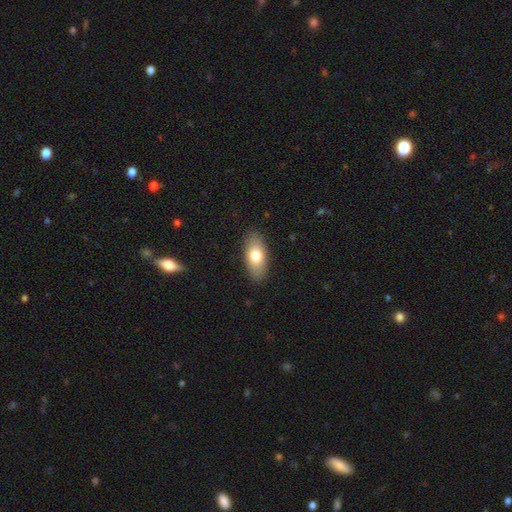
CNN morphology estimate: Smooth or featured: smooth — 75% (featured or disk — 18%)
How rounded: in between — 88% (cigar-shaped — 8%)
Merging: none — 87% (minor disturbance — 10%)